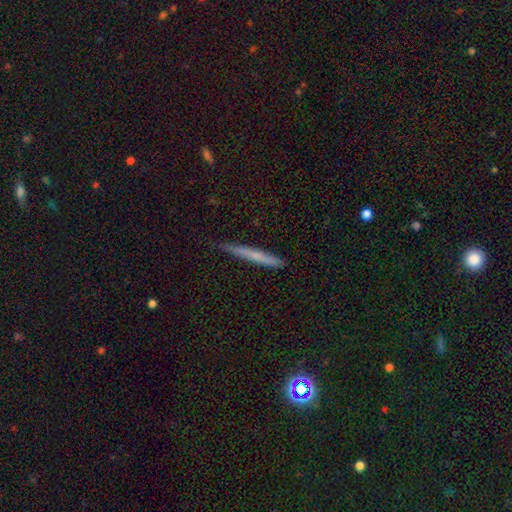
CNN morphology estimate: Smooth or featured?
  - smooth: 55% *
  - featured or disk: 38%
  - star or artifact: 7%
How rounded?
  - cigar-shaped: 96% *
  - in between: 2%
  - round: 1%
Merging?
  - none: 82% *
  - minor disturbance: 15%
  - major disturbance: 2%
  - merger: 1%